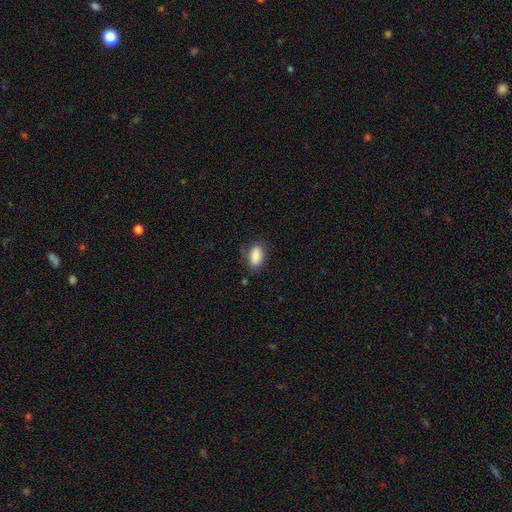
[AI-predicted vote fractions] A smooth galaxy with no disk features (85%) that is in between round and cigar-shaped (91%).

Vote fractions:
- Smooth or featured? smooth: 85% / featured or disk: 8% / star or artifact: 7%
- How rounded? in between: 91% / round: 6% / cigar-shaped: 3%
- Merging? none: 74% / minor disturbance: 19% / major disturbance: 5% / merger: 2%